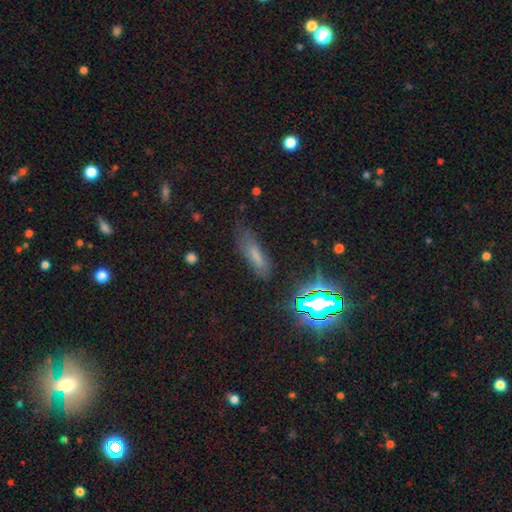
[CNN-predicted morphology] smooth_or_featured: smooth (p=0.63) [alt: star or artifact p=0.19]
how_rounded: cigar-shaped (p=0.56) [alt: in between p=0.41]
merging: none (p=0.63) [alt: minor disturbance p=0.25]